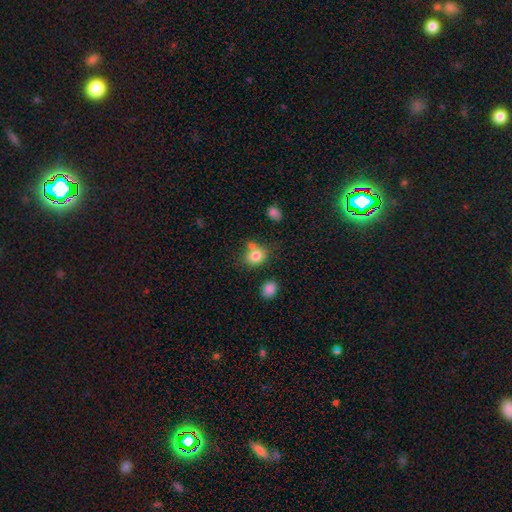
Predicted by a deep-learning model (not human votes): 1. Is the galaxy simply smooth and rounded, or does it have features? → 80% smooth, 11% star or artifact, 9% featured or disk.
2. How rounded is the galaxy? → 61% round, 38% in between, 1% cigar-shaped.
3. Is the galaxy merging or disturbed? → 57% none, 20% merger, 16% minor disturbance, 6% major disturbance.